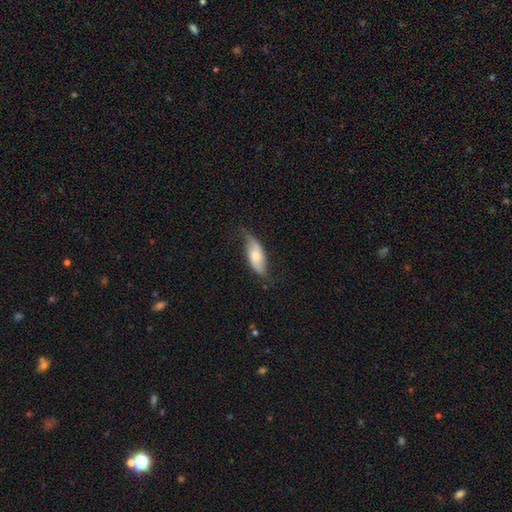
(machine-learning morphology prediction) featured or disk 49%, smooth 45%, star or artifact 6%. Down the decision tree: merging — none (60%).